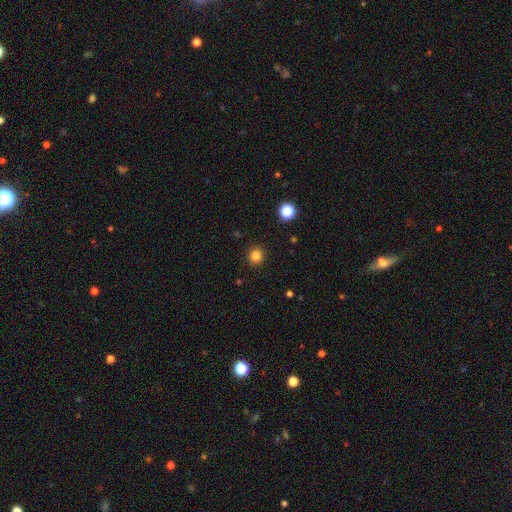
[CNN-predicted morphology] This is clearly a smooth galaxy (83%). How rounded: clearly round (89%). Merging: clearly none (91%).